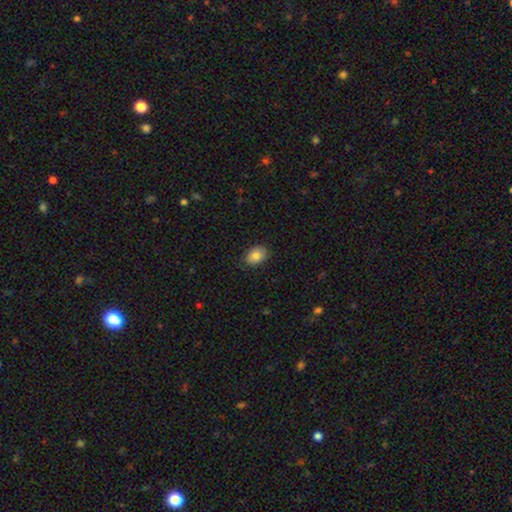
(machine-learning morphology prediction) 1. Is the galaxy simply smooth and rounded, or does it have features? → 82% smooth, 10% featured or disk, 7% star or artifact.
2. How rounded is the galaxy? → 77% in between, 22% round, 1% cigar-shaped.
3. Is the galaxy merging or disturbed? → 85% none, 12% minor disturbance, 2% major disturbance, 1% merger.